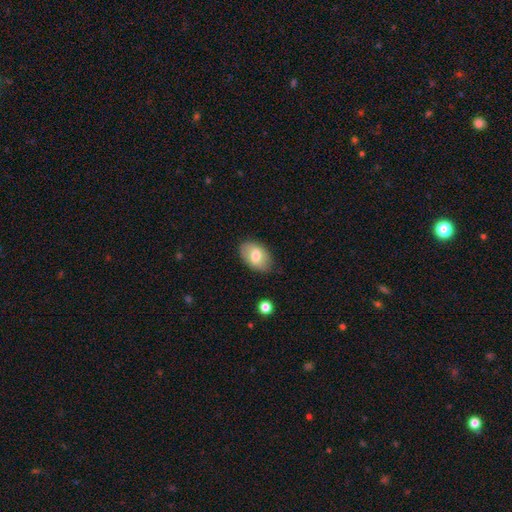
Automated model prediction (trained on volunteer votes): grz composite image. It shows a smooth galaxy with no disk features (74%) that is in between round and cigar-shaped (89%). Merging: none (80%).